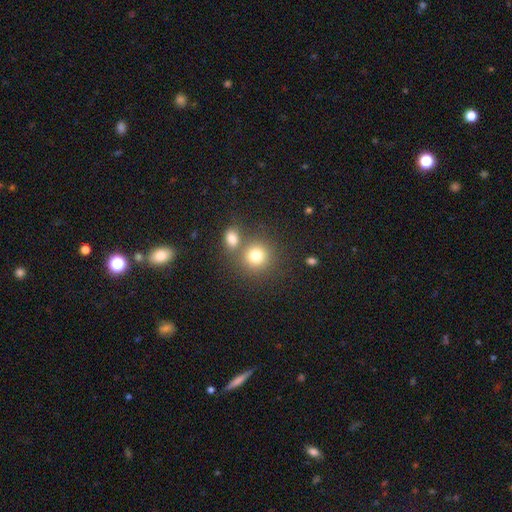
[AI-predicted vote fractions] Q: Smooth or featured?
A: smooth (78%); runner-up: star or artifact (13%)
Q: How rounded?
A: round (88%); runner-up: in between (11%)
Q: Merging?
A: none (62%); runner-up: merger (26%)